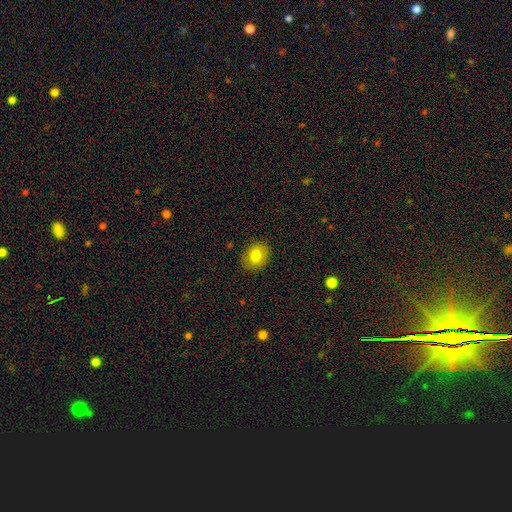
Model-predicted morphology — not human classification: A smooth galaxy with no disk features (81%) that is round (54%).

Vote fractions:
- Smooth or featured? smooth: 81% / featured or disk: 11% / star or artifact: 9%
- How rounded? round: 54% / in between: 45% / cigar-shaped: 1%
- Merging? none: 86% / minor disturbance: 10% / major disturbance: 3% / merger: 1%